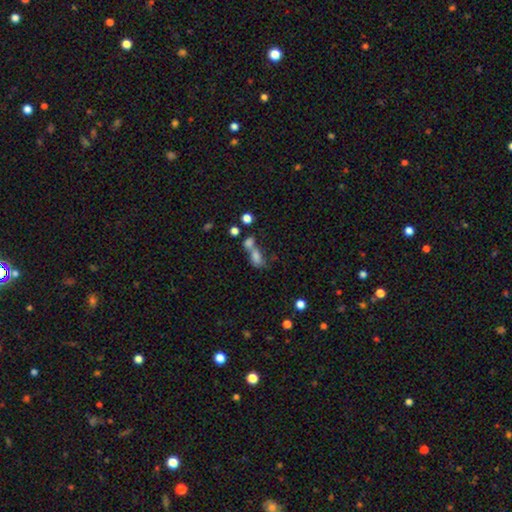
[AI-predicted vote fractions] A smooth galaxy with no disk features (71%) that is in between round and cigar-shaped (78%).

Vote fractions:
- Smooth or featured? smooth: 71% / featured or disk: 15% / star or artifact: 14%
- How rounded? in between: 78% / round: 16% / cigar-shaped: 6%
- Merging? merger: 61% / none: 21% / major disturbance: 9% / minor disturbance: 9%